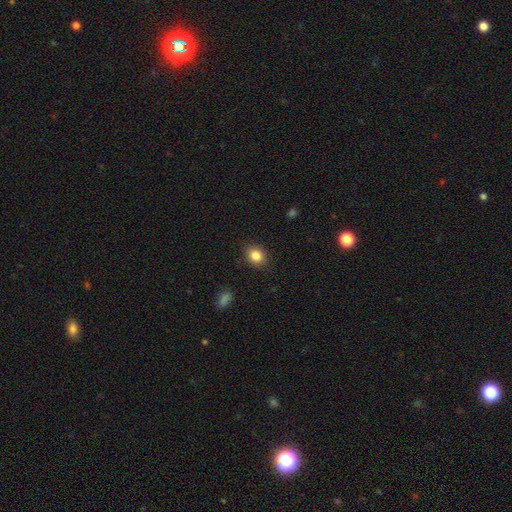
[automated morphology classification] This is clearly a smooth galaxy (84%). How rounded: possibly round (57%). Merging: clearly none (87%).